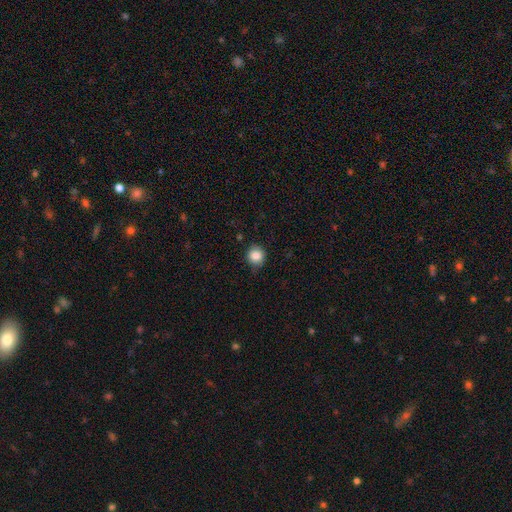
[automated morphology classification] A smooth galaxy with no disk features (86%) that is round (86%).

Vote fractions:
- Smooth or featured? smooth: 86% / star or artifact: 9% / featured or disk: 5%
- How rounded? round: 86% / in between: 13% / cigar-shaped: 1%
- Merging? none: 82% / minor disturbance: 14% / major disturbance: 3% / merger: 1%